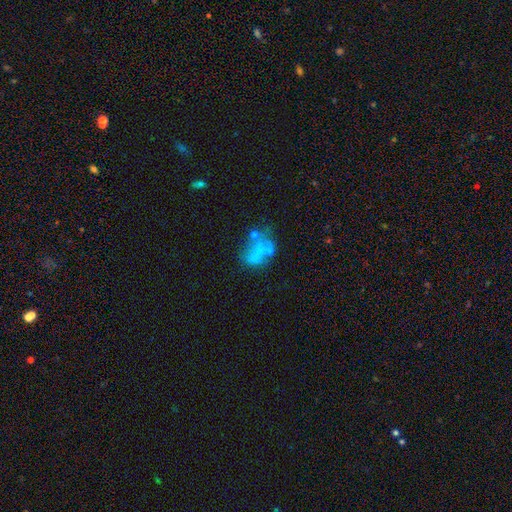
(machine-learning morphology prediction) This is marginally a featured or disk galaxy (44%). Merging: marginally none (37%).